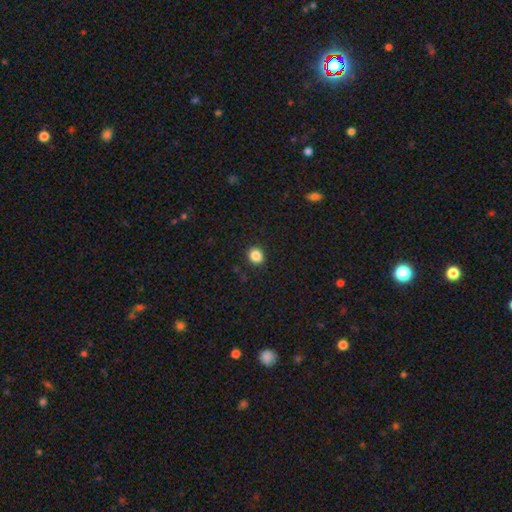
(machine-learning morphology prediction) smooth-or-featured: smooth: 86% | star or artifact: 10% | featured or disk: 4%
  how-rounded: round: 74% | in between: 25% | cigar-shaped: 1%
  merging: none: 91% | minor disturbance: 6% | major disturbance: 2% | merger: 1%